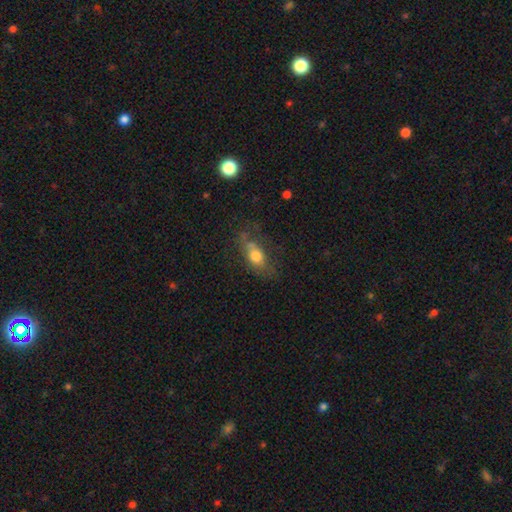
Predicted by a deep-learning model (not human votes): Smooth or featured?
  - smooth: 65% *
  - featured or disk: 24%
  - star or artifact: 10%
How rounded?
  - in between: 75% *
  - round: 13%
  - cigar-shaped: 12%
Merging?
  - none: 50% *
  - minor disturbance: 27%
  - major disturbance: 17%
  - merger: 6%